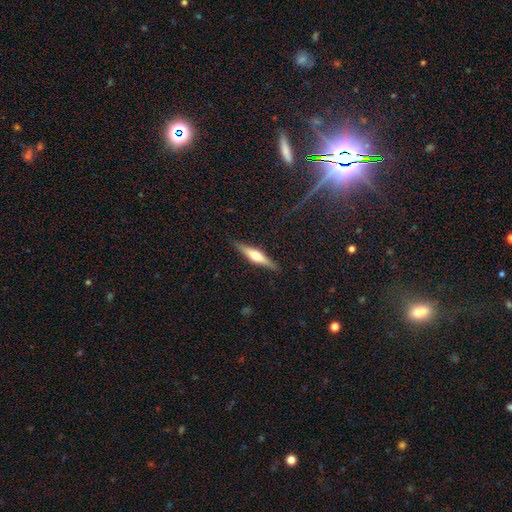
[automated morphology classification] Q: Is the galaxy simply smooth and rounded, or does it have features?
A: featured or disk — 62%.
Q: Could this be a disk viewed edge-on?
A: yes — 97%.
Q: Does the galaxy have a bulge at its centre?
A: rounded — 90%.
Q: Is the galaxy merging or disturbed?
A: none — 89%.